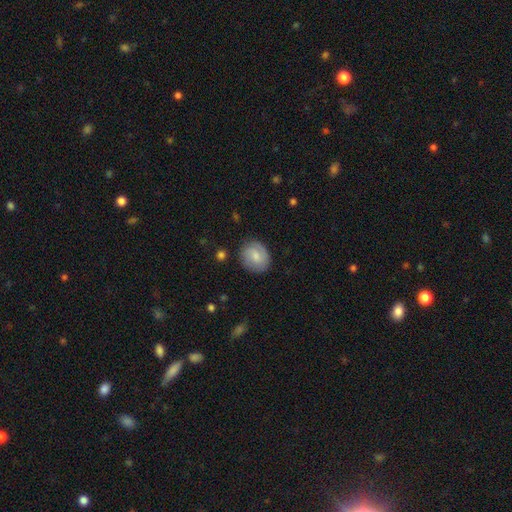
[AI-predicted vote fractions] smooth_or_featured: smooth (p=0.69) [alt: featured or disk p=0.24]
how_rounded: round (p=0.71) [alt: in between p=0.28]
merging: none (p=0.84) [alt: minor disturbance p=0.12]